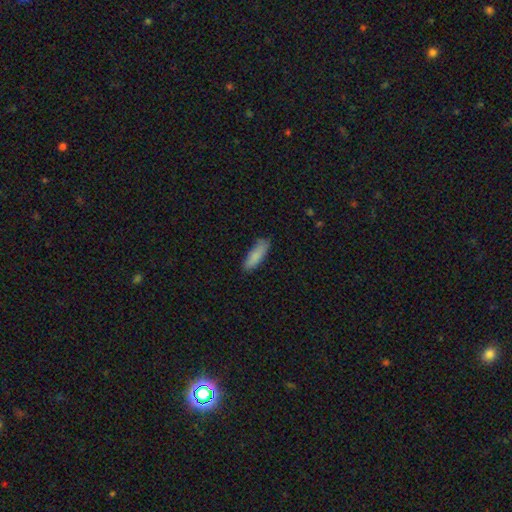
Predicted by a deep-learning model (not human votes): This is clearly a smooth galaxy (86%). How rounded: possibly cigar-shaped (50%). Merging: likely none (76%).